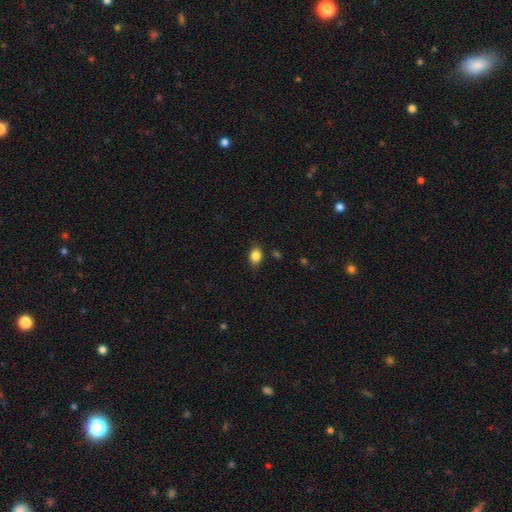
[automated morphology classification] This appears to be a smooth galaxy with no disk features (85%) that is in between round and cigar-shaped (69%). Merging: none (84%).